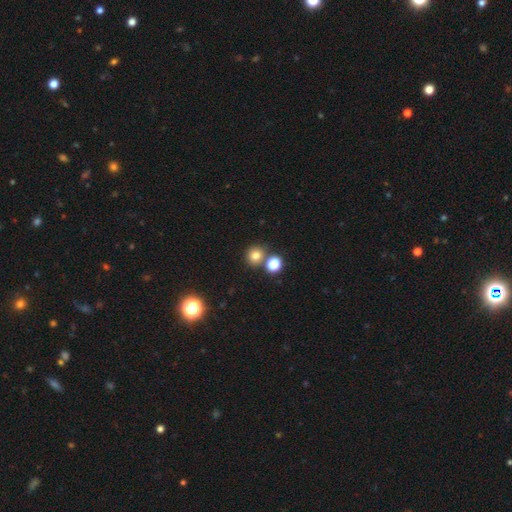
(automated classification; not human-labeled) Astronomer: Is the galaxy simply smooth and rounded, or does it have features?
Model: smooth — 78%.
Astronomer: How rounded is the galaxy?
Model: round — 89%.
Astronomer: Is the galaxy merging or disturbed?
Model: none — 71%.